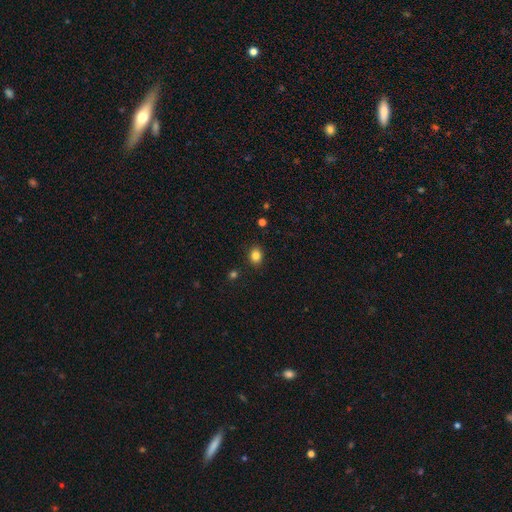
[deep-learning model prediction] smooth-or-featured: smooth: 84% | star or artifact: 11% | featured or disk: 5%
  how-rounded: in between: 51% | round: 48% | cigar-shaped: 1%
  merging: none: 88% | minor disturbance: 8% | major disturbance: 2% | merger: 2%